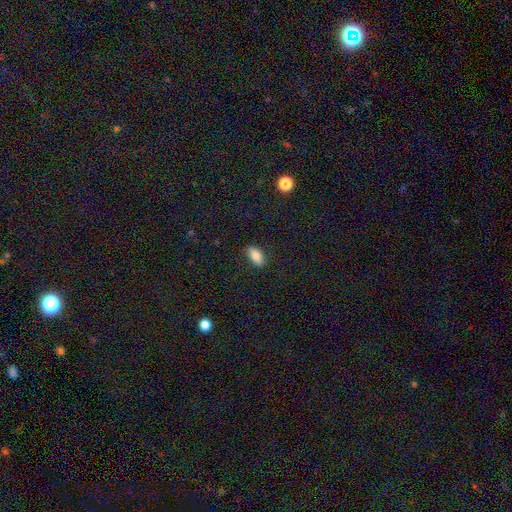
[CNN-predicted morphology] The model was most divided on "smooth or featured": smooth: 82%, featured or disk: 10%, star or artifact: 8%. More confident: how rounded — in between (88%); merging — none (86%).